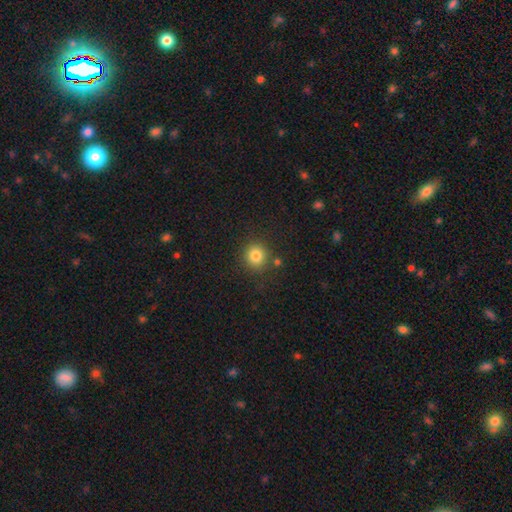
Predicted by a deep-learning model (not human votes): smooth-or-featured: smooth: 82% | star or artifact: 12% | featured or disk: 6%
  how-rounded: round: 90% | in between: 9% | cigar-shaped: 1%
  merging: none: 84% | minor disturbance: 8% | merger: 5% | major disturbance: 3%